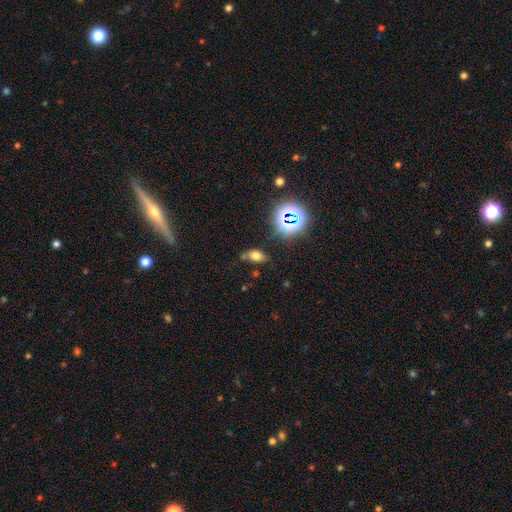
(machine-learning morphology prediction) smooth 64%, star or artifact 24%, featured or disk 13%. Down the decision tree: how rounded — in between (81%); merging — none (62%).